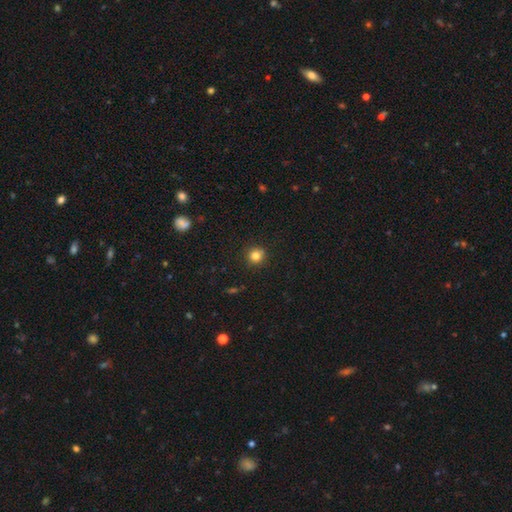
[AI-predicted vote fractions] smooth_or_featured: smooth (p=0.82) [alt: star or artifact p=0.13]
how_rounded: round (p=0.91) [alt: in between p=0.08]
merging: none (p=0.90) [alt: minor disturbance p=0.07]